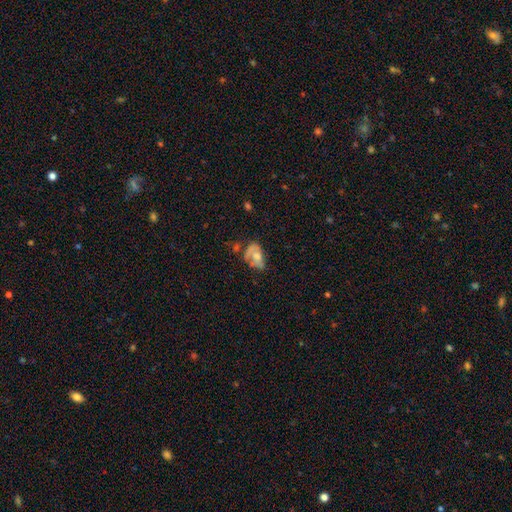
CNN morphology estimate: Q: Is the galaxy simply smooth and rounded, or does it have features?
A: smooth — 54%.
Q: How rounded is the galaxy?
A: in between — 84%.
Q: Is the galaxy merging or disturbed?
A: major disturbance — 31%.